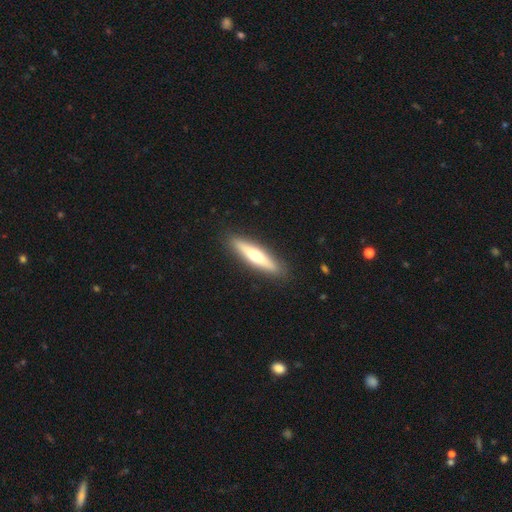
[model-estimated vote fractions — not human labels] Smooth or featured: featured or disk — 49% (smooth — 46%)
Merging: none — 90% (minor disturbance — 7%)